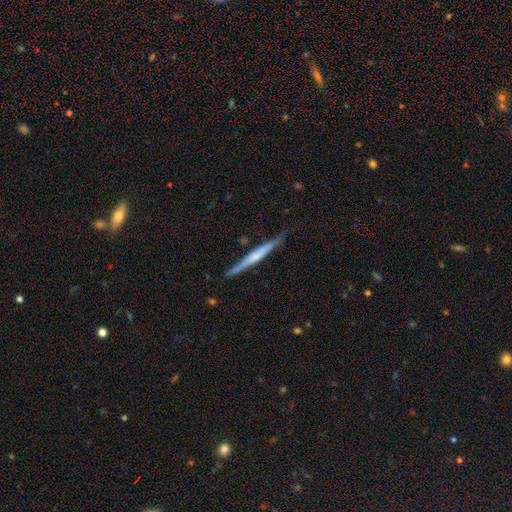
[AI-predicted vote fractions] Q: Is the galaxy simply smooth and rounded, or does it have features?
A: featured or disk — 65%.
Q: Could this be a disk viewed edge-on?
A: yes — 97%.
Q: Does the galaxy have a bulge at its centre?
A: rounded — 47%.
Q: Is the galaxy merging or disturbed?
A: none — 88%.